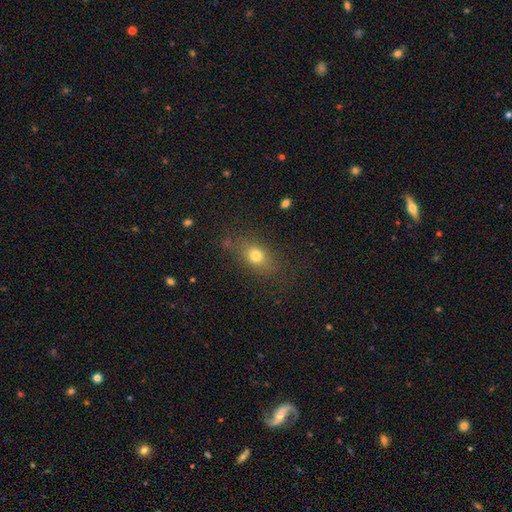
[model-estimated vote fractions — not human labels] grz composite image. It shows a smooth galaxy with no disk features (74%) that is in between round and cigar-shaped (65%). Merging: none (74%).